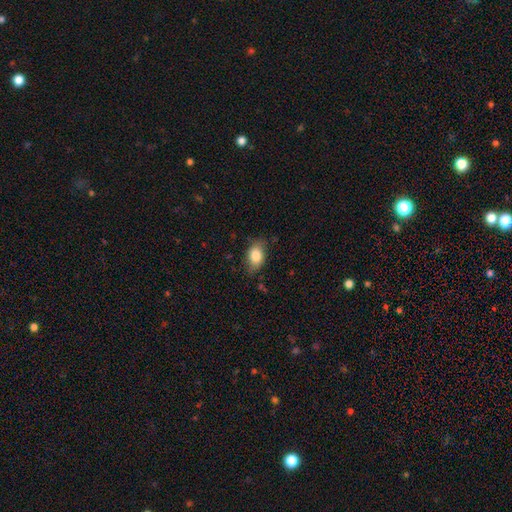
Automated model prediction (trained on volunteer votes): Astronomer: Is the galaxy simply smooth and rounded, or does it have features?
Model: smooth — 83%.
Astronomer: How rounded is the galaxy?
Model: in between — 83%.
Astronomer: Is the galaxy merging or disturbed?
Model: none — 75%.